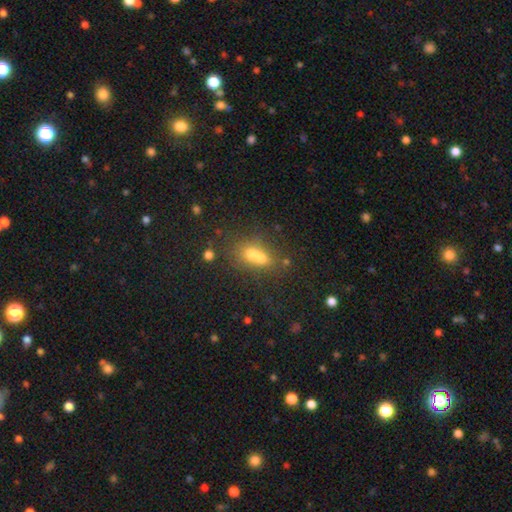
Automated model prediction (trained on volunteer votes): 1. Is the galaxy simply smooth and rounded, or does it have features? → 62% smooth, 23% featured or disk, 14% star or artifact.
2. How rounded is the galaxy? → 50% in between, 46% round, 4% cigar-shaped.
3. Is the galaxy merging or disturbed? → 63% merger, 25% none, 7% minor disturbance, 5% major disturbance.